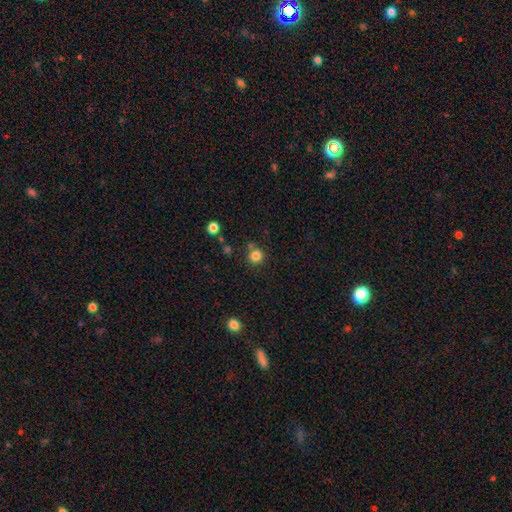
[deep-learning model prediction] Morphology: type=smooth (83%); roundness=round (93%); merging=none (78%).